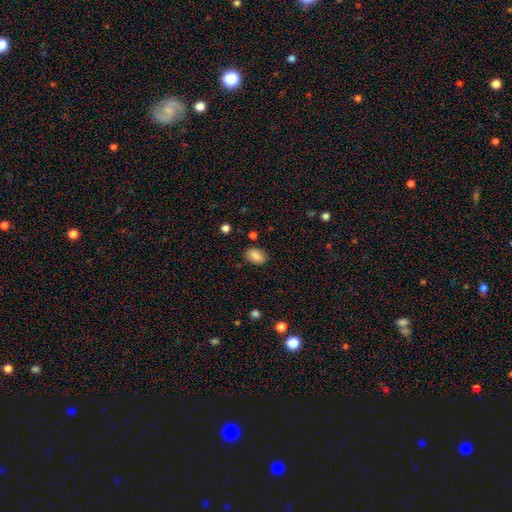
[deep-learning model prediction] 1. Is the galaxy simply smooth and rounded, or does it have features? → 86% smooth, 8% star or artifact, 6% featured or disk.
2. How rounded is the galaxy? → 85% in between, 13% round, 1% cigar-shaped.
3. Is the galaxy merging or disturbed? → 82% none, 13% minor disturbance, 3% major disturbance, 2% merger.